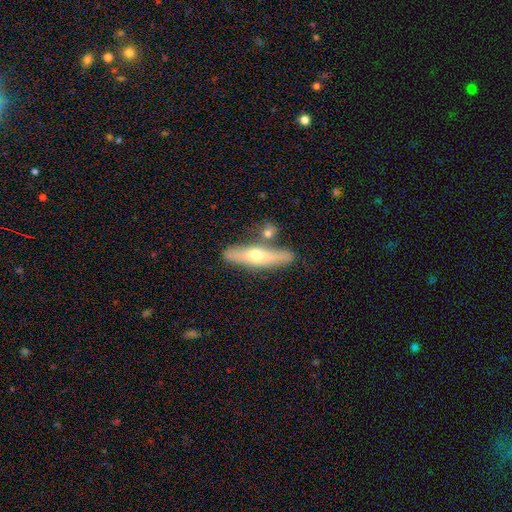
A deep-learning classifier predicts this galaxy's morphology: A featured or disk galaxy (51%) viewed edge-on (82%).

Vote fractions:
- Smooth or featured? featured or disk: 51% / smooth: 43% / star or artifact: 6%
- Edge-on disk? yes: 82% / no: 18%
- Merging? none: 70% / minor disturbance: 13% / merger: 12% / major disturbance: 4%